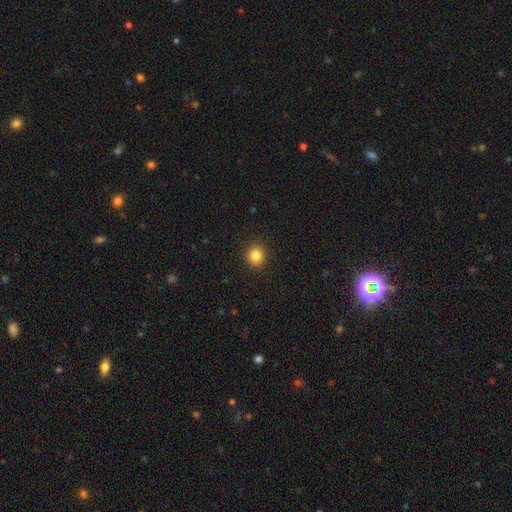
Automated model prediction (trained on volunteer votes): Morphology: type=smooth (85%); roundness=round (86%); merging=none (92%).